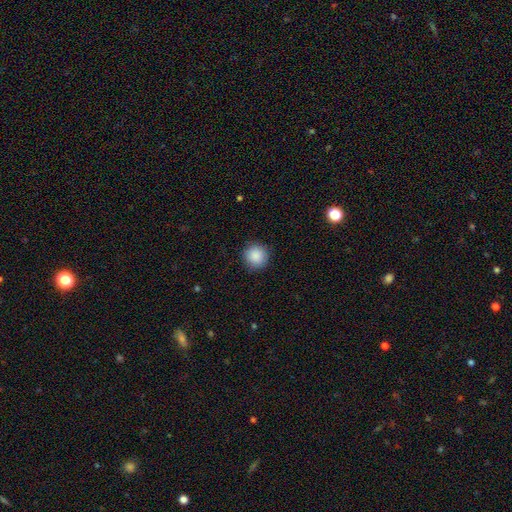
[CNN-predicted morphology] The model was most divided on "smooth or featured": smooth: 88%, star or artifact: 8%, featured or disk: 3%. More confident: how rounded — round (94%); merging — none (91%).